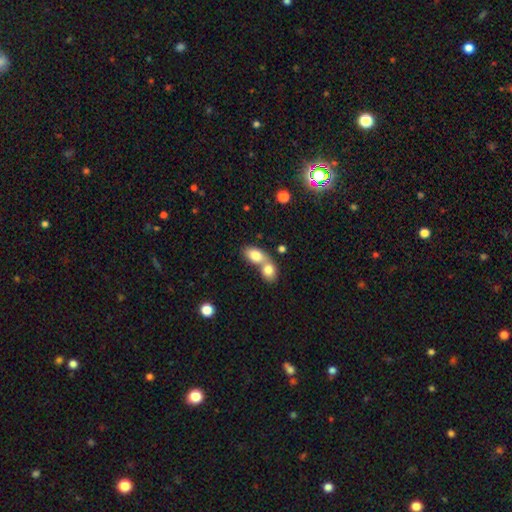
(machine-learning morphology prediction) Smooth or featured: smooth — 80% (featured or disk — 12%)
How rounded: in between — 83% (round — 15%)
Merging: merger — 67% (none — 24%)